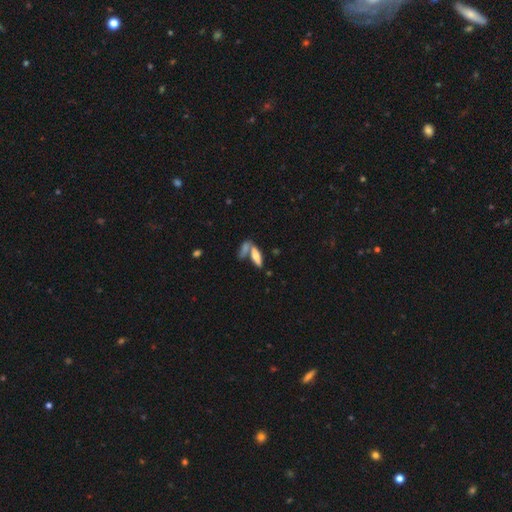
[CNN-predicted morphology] Smooth or featured: smooth — 69% (featured or disk — 23%)
How rounded: in between — 50% (cigar-shaped — 47%)
Merging: none — 47% (merger — 38%)